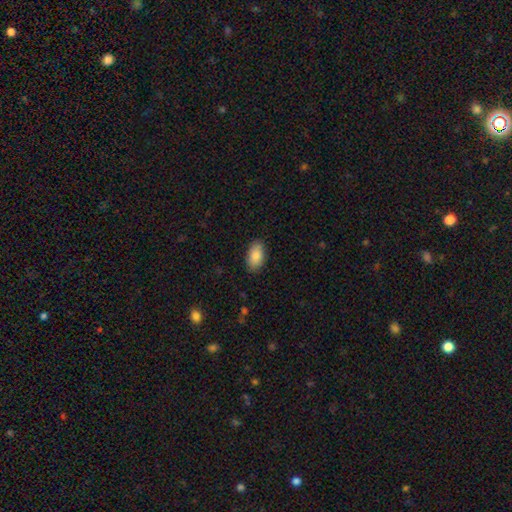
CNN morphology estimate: The model was most divided on "merging": none: 86%, minor disturbance: 10%, major disturbance: 2%, merger: 1%. More confident: how rounded — in between (94%); smooth or featured — smooth (87%).